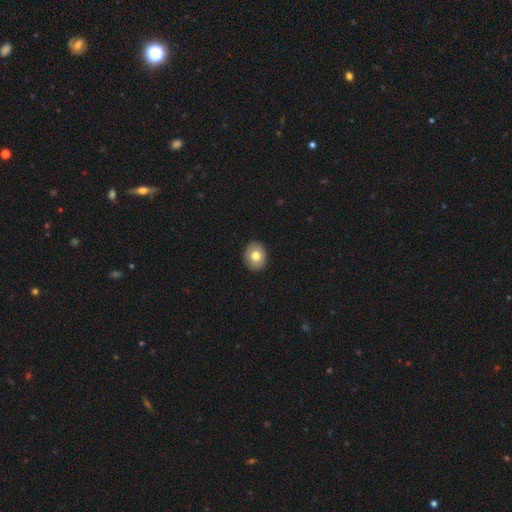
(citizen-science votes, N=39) Volunteers were most divided on "how rounded": in between: 56%, round: 44%, cigar-shaped: 0%. More confident: merging — none (89%); smooth or featured — smooth (82%).